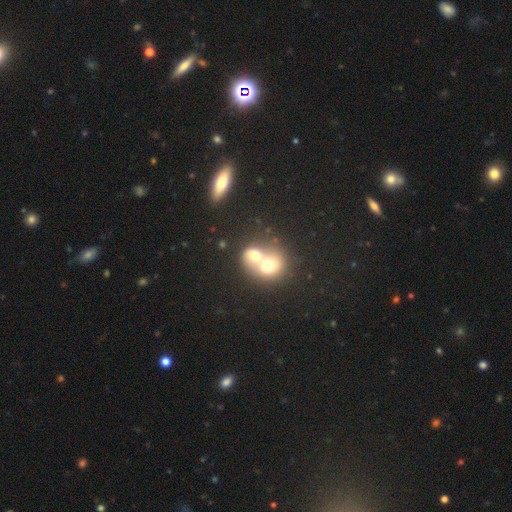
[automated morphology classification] Smooth or featured? Predicted: smooth (p=0.64). How rounded? Predicted: round (p=0.65). Merging? Predicted: merger (p=0.77).